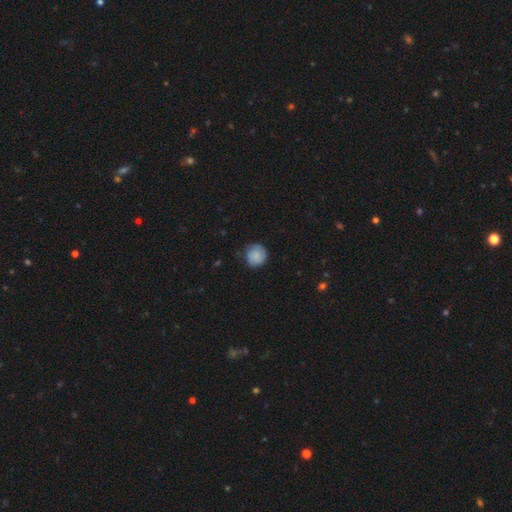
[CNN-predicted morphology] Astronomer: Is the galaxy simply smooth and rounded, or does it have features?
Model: smooth — 80%.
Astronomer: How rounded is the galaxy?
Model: round — 92%.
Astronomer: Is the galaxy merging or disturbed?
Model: none — 79%.